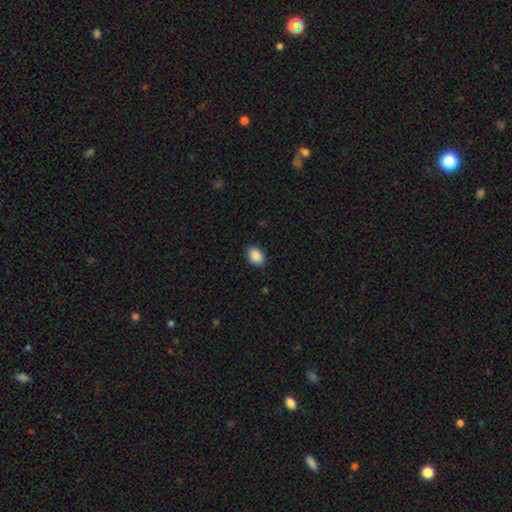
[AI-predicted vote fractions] smooth 90%, star or artifact 8%, featured or disk 3%. Down the decision tree: how rounded — in between (70%); merging — none (88%).